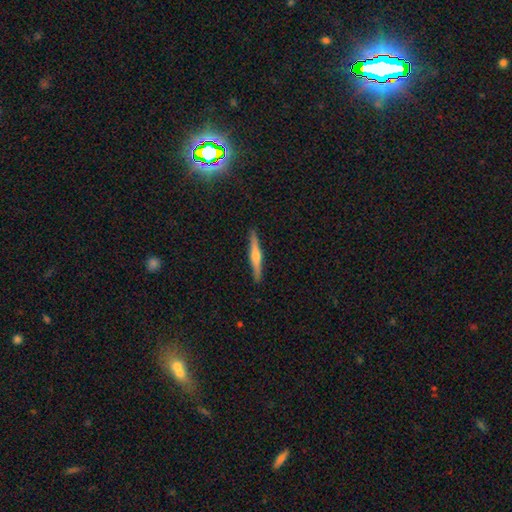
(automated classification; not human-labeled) featured or disk 65%, smooth 29%, star or artifact 6%. Down the decision tree: edge-on disk — yes (98%); edge-on bulge — rounded (85%); merging — none (92%).